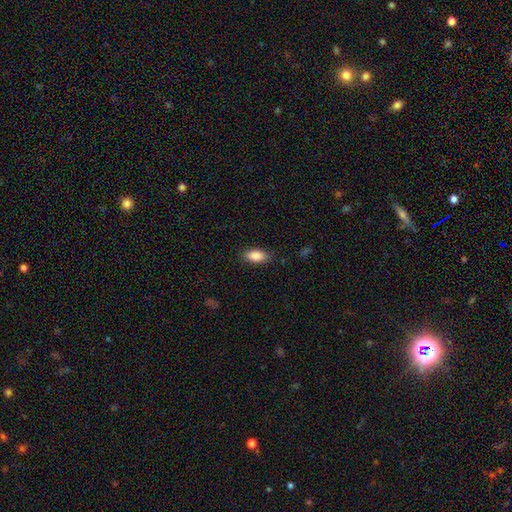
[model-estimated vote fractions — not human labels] A smooth galaxy with no disk features (87%) that is in between round and cigar-shaped (90%). Merging: none (85%).